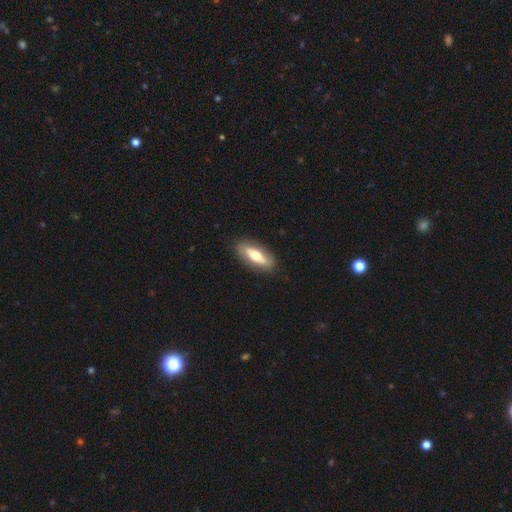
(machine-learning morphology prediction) smooth_or_featured: smooth (p=0.58) [alt: featured or disk p=0.37]
how_rounded: in between (p=0.66) [alt: cigar-shaped p=0.31]
merging: none (p=0.86) [alt: minor disturbance p=0.10]